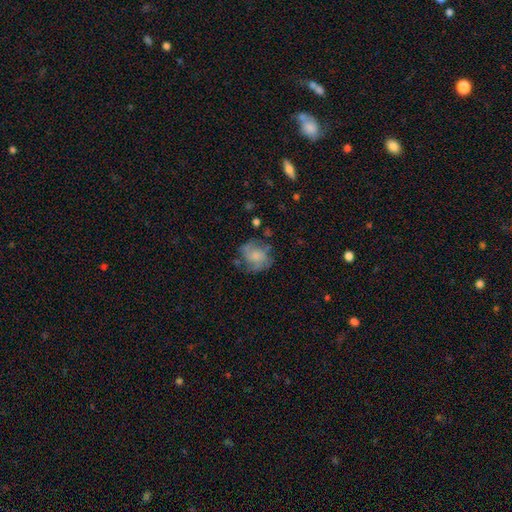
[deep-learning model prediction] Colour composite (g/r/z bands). It shows a smooth galaxy with no disk features (52%) that is round (69%). Merging: none (57%).